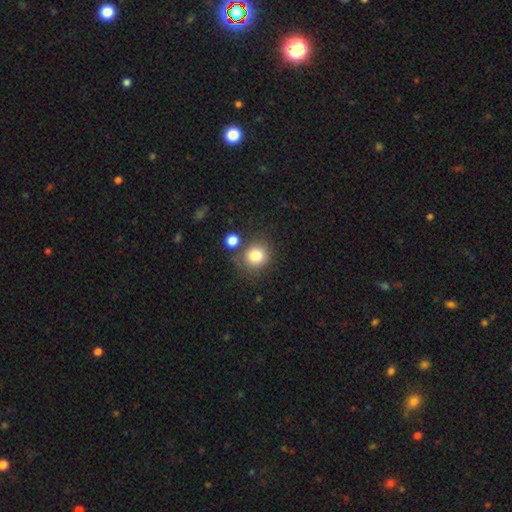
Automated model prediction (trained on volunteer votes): Smooth or featured: smooth — 81% (star or artifact — 11%)
How rounded: round — 87% (in between — 12%)
Merging: none — 73% (merger — 12%)